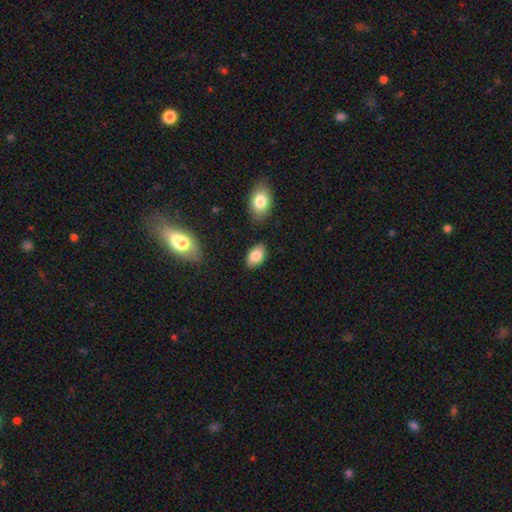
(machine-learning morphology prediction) smooth-or-featured: smooth: 85% | featured or disk: 8% | star or artifact: 7%
  how-rounded: in between: 91% | round: 7% | cigar-shaped: 1%
  merging: none: 83% | minor disturbance: 11% | merger: 3% | major disturbance: 3%